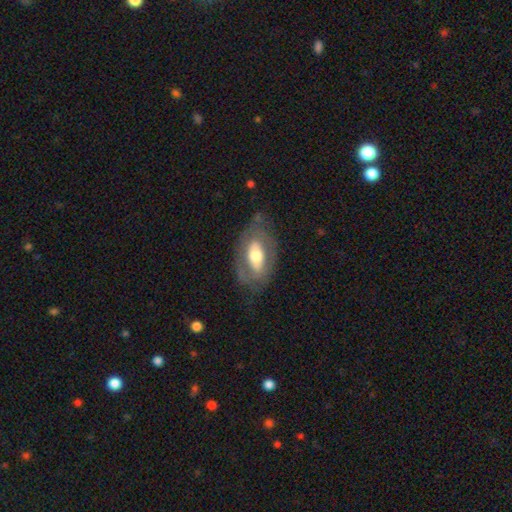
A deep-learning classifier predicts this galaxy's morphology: smooth_or_featured: featured or disk (p=0.56) [alt: smooth p=0.38]
disk_edge_on: no (p=0.88) [alt: yes p=0.12]
merging: none (p=0.68) [alt: minor disturbance p=0.19]